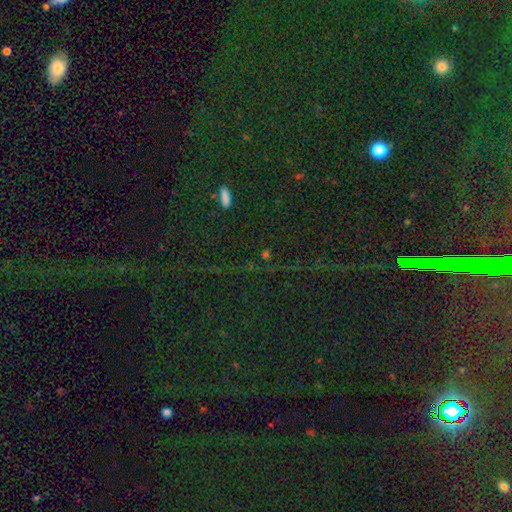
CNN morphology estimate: This appears to be a star or artifact, not a galaxy (81%).